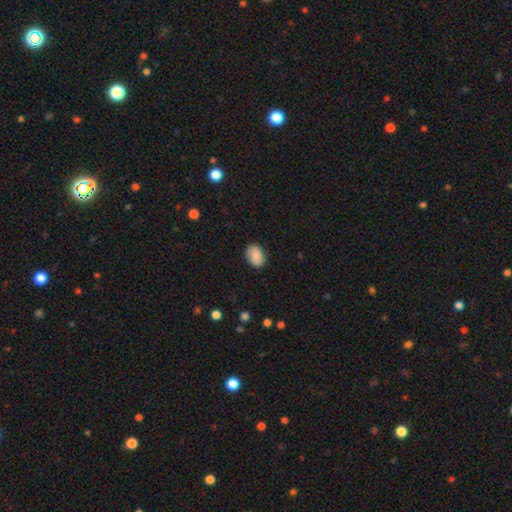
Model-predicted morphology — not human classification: Overall: smooth (87%). How rounded: in between (74%). Merging: none (86%).